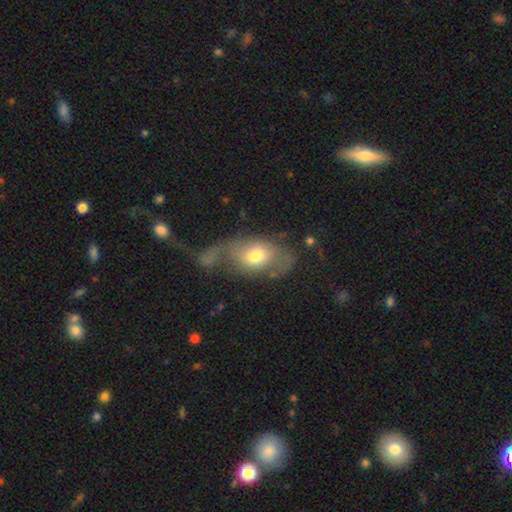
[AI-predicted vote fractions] The model was most divided on "merging": major disturbance: 36%, none: 28%, minor disturbance: 20%, merger: 15%. More confident: how rounded — in between (83%); smooth or featured — smooth (60%).